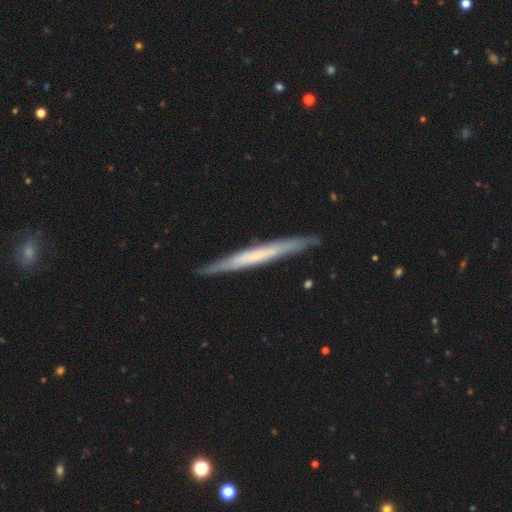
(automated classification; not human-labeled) The model was most divided on "smooth or featured": featured or disk: 59%, smooth: 35%, star or artifact: 5%. More confident: edge-on disk — yes (93%); merging — none (87%); edge-on bulge — none (77%).